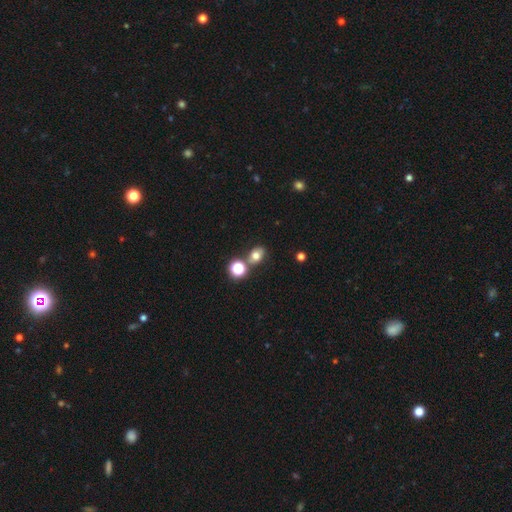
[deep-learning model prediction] This is likely a smooth galaxy (73%). How rounded: possibly in between (59%). Merging: likely none (64%).